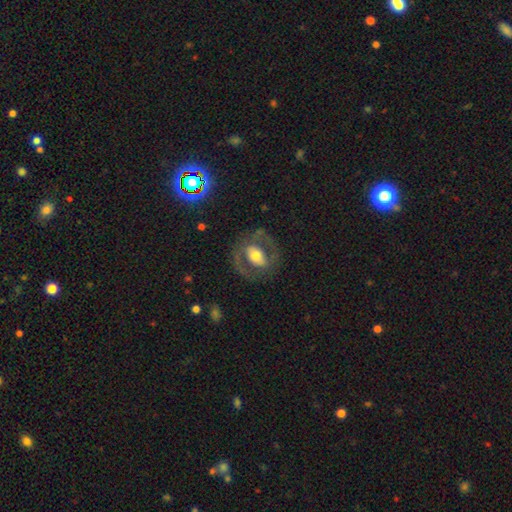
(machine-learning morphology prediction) Q: Smooth or featured?
A: featured or disk (67%); runner-up: smooth (26%)
Q: Edge-on disk?
A: no (94%); runner-up: yes (6%)
Q: Bar?
A: no (39%); runner-up: weak (31%)
Q: Spiral arms?
A: yes (55%); runner-up: no (45%)
Q: Bulge size?
A: moderate (62%); runner-up: large (23%)
Q: Merging?
A: none (73%); runner-up: minor disturbance (13%)